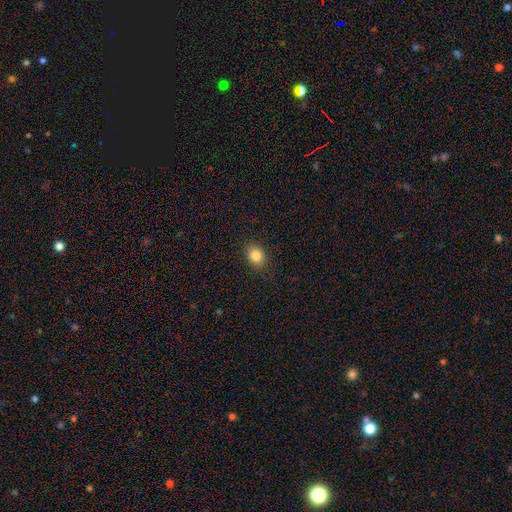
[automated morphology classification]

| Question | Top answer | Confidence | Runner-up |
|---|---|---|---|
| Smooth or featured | smooth | 84% | star or artifact (11%) |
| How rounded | round | 54% | in between (45%) |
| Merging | none | 88% | minor disturbance (9%) |